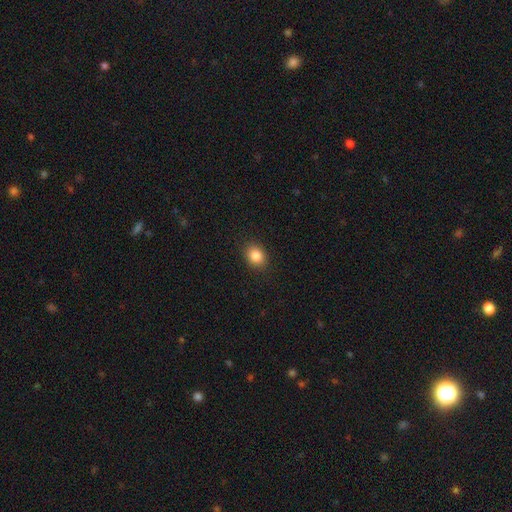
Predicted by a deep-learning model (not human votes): Smooth or featured? Predicted: smooth (p=0.86). How rounded? Predicted: in between (p=0.53). Merging? Predicted: none (p=0.89).